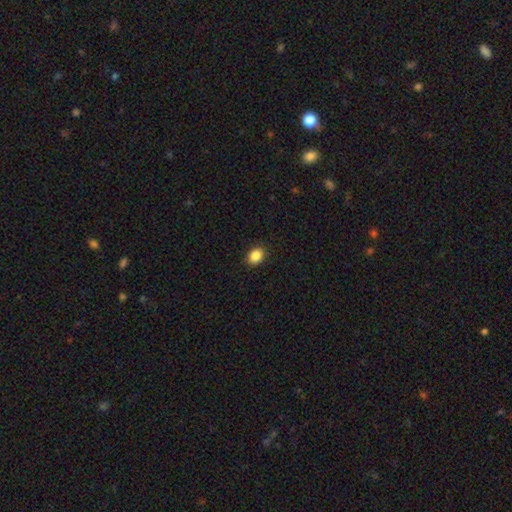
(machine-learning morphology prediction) A smooth galaxy with no disk features (87%) that is in between round and cigar-shaped (58%). Merging: none (88%).